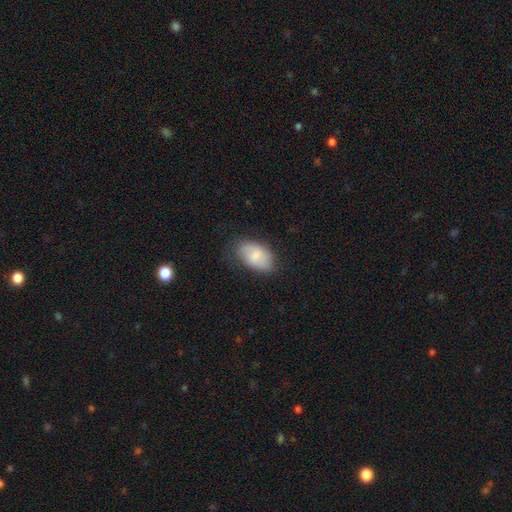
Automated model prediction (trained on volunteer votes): Q: Smooth or featured?
A: smooth (75%); runner-up: featured or disk (19%)
Q: How rounded?
A: in between (93%); runner-up: round (6%)
Q: Merging?
A: none (66%); runner-up: minor disturbance (25%)